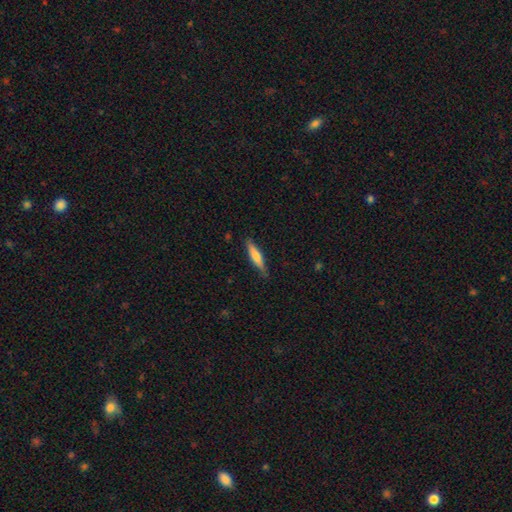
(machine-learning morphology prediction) type=smooth (64%); roundness=cigar-shaped (84%); merging=none (84%).